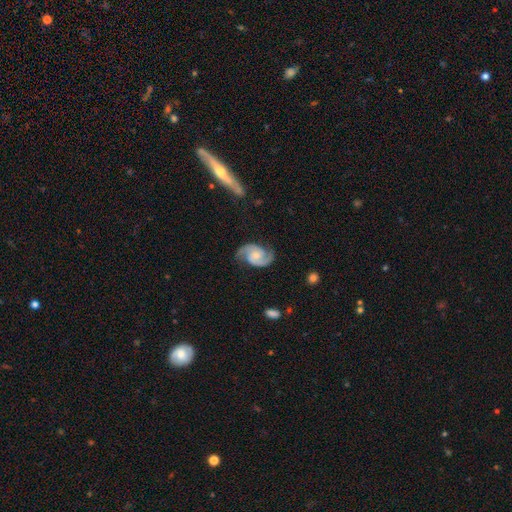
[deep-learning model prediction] smooth-or-featured: featured or disk: 86% | smooth: 8% | star or artifact: 5%
  disk-edge-on: no: 98% | yes: 2%
    bar: no: 60% | weak: 34% | strong: 7%
    has-spiral-arms: yes: 97% | no: 3%
      spiral-winding: medium: 54% | tight: 27% | loose: 19%
      spiral-arm-count: 2: 93% | can't tell: 3% | 1: 2% | 3: 1% | 4: 1% | more than 4: 1%
    bulge-size: small: 45% | moderate: 41% | none: 9% | large: 4% | dominant: 1%
  merging: none: 77% | minor disturbance: 16% | major disturbance: 6% | merger: 1%